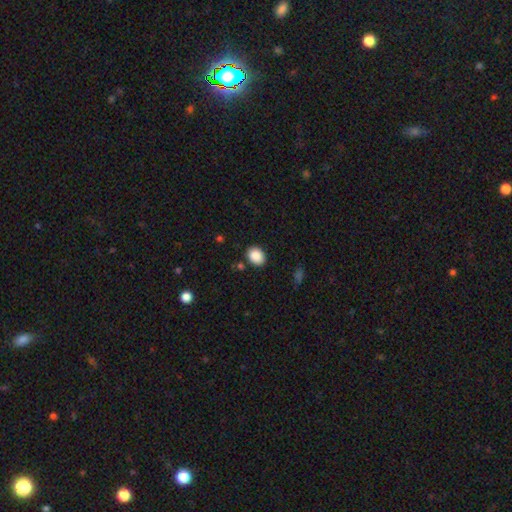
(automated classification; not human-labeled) Q: Smooth or featured?
A: smooth (89%); runner-up: star or artifact (8%)
Q: How rounded?
A: in between (54%); runner-up: round (45%)
Q: Merging?
A: none (85%); runner-up: minor disturbance (10%)